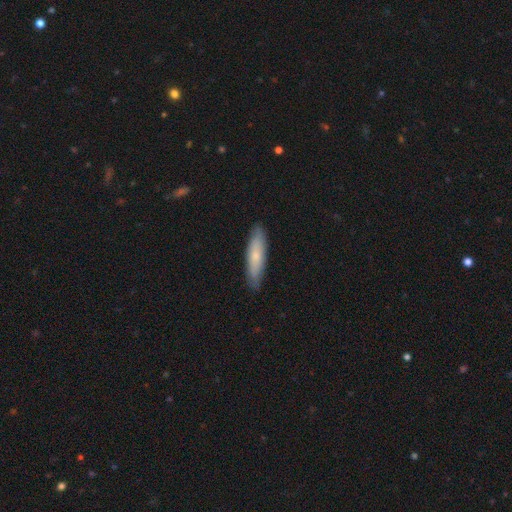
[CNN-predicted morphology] Smooth or featured? smooth (70%)
How rounded? cigar-shaped (74%)
Merging? none (87%)